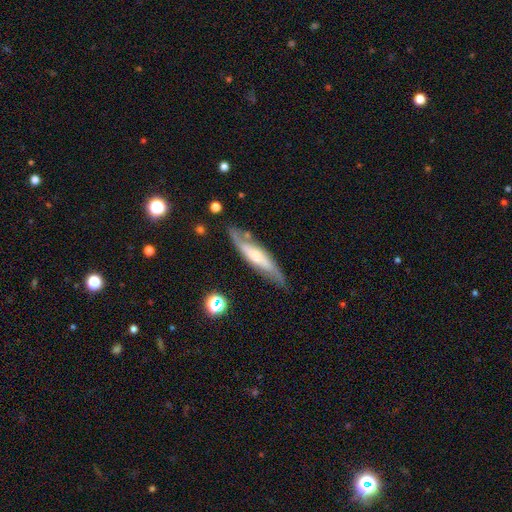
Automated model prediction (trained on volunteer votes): A featured or disk galaxy (64%) viewed edge-on (54%). Merging: none (75%).